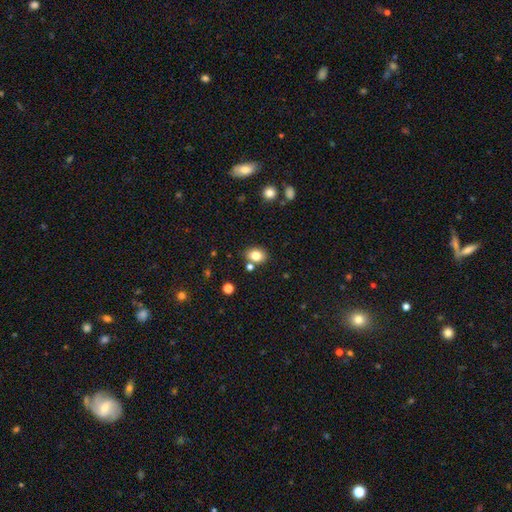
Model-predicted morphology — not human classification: Q: Smooth or featured?
A: smooth (82%); runner-up: star or artifact (11%)
Q: How rounded?
A: in between (62%); runner-up: round (37%)
Q: Merging?
A: none (77%); runner-up: minor disturbance (11%)